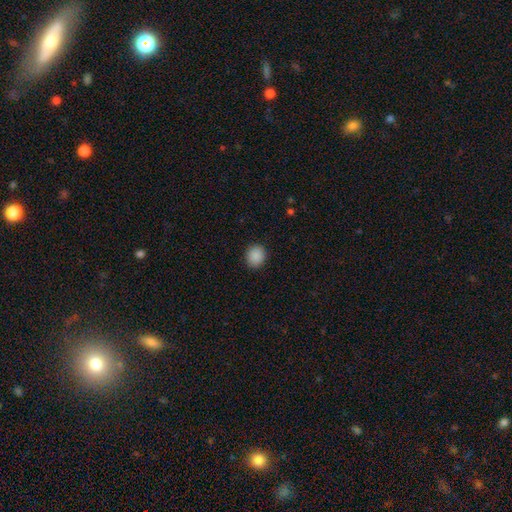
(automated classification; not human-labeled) smooth 89%, star or artifact 9%, featured or disk 2%. Down the decision tree: how rounded — round (74%); merging — none (91%).